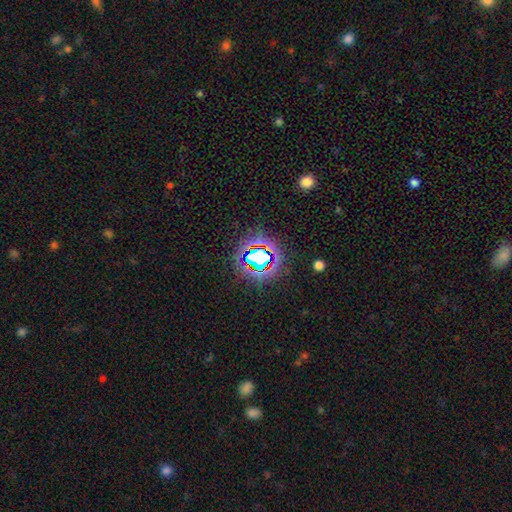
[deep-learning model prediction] Smooth or featured: star or artifact — 68% (smooth — 20%)